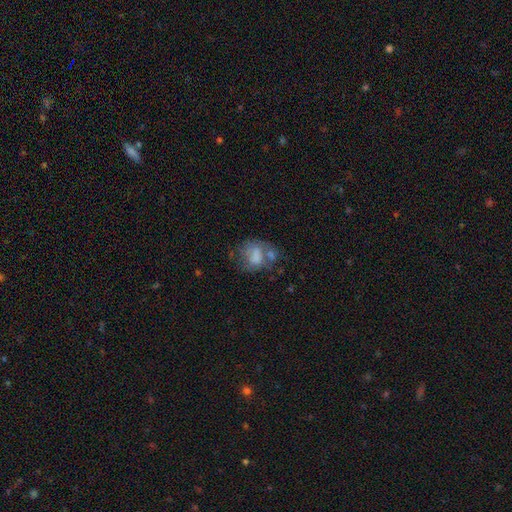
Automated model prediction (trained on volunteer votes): Smooth or featured?
  - smooth: 58% *
  - featured or disk: 32%
  - star or artifact: 11%
How rounded?
  - in between: 60% *
  - round: 39%
  - cigar-shaped: 2%
Merging?
  - merger: 30% *
  - none: 29%
  - major disturbance: 22%
  - minor disturbance: 19%